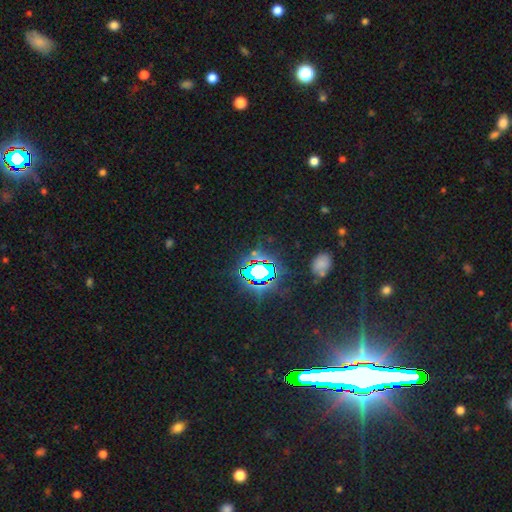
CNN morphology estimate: smooth_or_featured: star or artifact (p=0.78) [alt: smooth p=0.13]